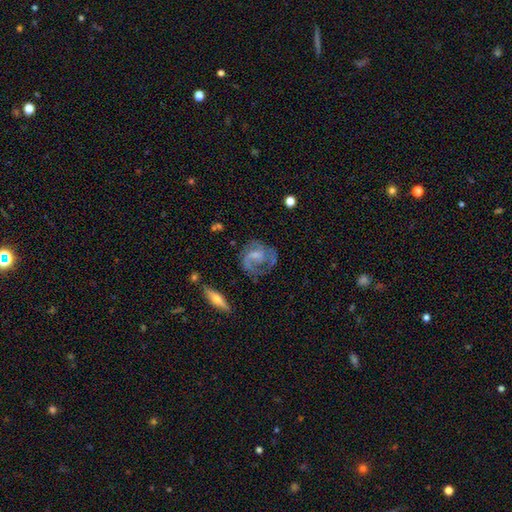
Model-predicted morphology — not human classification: type=featured or disk (76%); edge-on=no (96%); bar=no (46%); spiral arms=yes (86%); winding=medium (47%); arm count=2 (57%); bulge=small (48%); merging=none (55%).